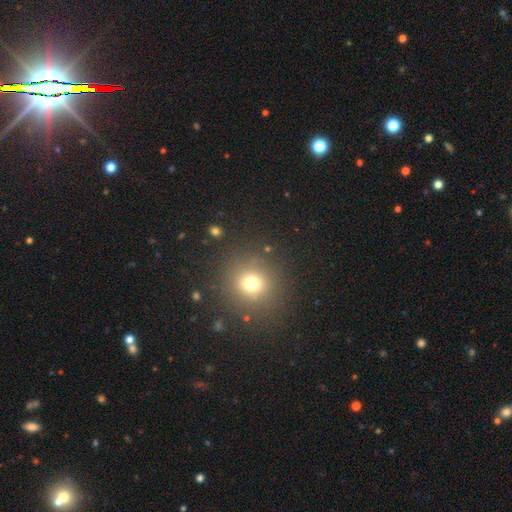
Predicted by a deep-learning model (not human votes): Smooth or featured: smooth — 57% (star or artifact — 35%)
How rounded: round — 92% (in between — 7%)
Merging: none — 90% (minor disturbance — 5%)